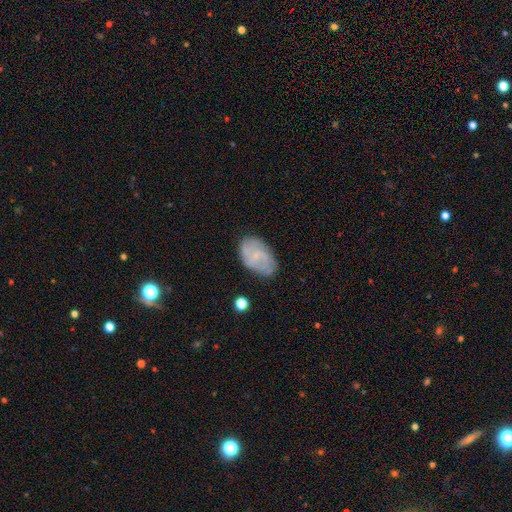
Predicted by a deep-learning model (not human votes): featured or disk 49%, smooth 43%, star or artifact 8%. Down the decision tree: merging — none (69%).